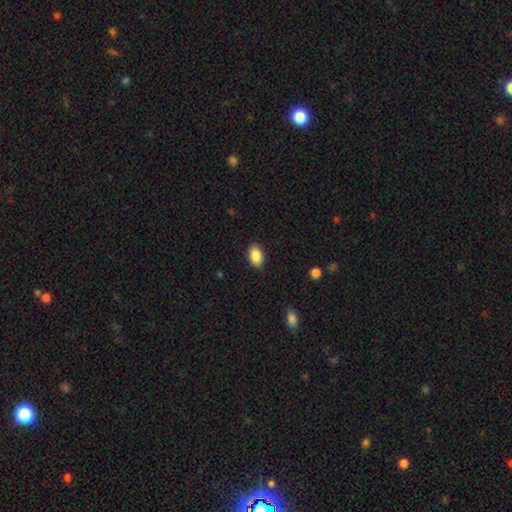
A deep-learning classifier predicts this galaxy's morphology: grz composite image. It shows a smooth galaxy with no disk features (87%) that is in between round and cigar-shaped (90%). Merging: none (87%).